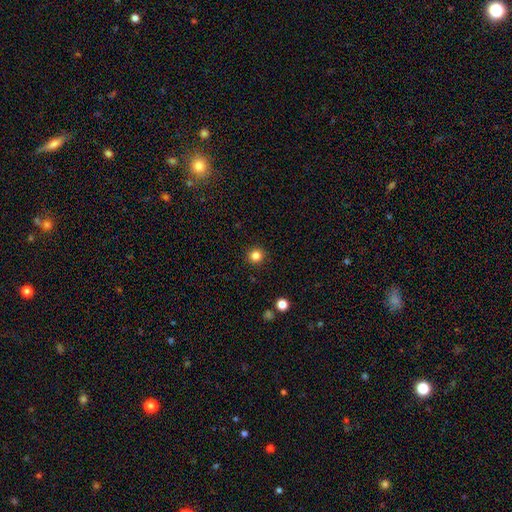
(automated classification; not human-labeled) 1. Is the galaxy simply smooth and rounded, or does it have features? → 84% smooth, 12% star or artifact, 4% featured or disk.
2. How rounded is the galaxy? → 94% round, 5% in between, 1% cigar-shaped.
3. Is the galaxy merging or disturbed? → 93% none, 5% minor disturbance, 2% major disturbance, 1% merger.